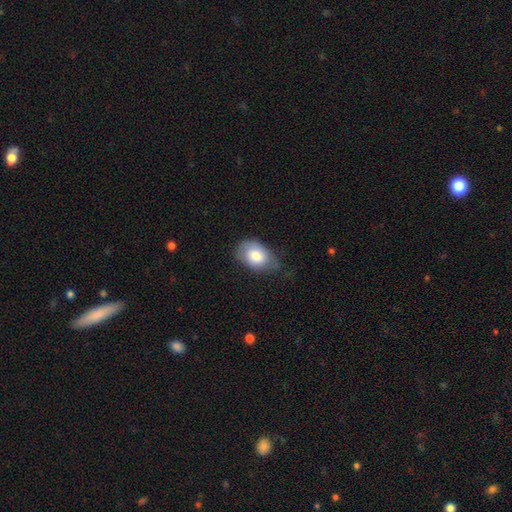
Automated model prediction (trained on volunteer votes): The model was most divided on "merging": none: 52%, minor disturbance: 37%, major disturbance: 10%, merger: 1%. More confident: how rounded — in between (86%); smooth or featured — smooth (79%).